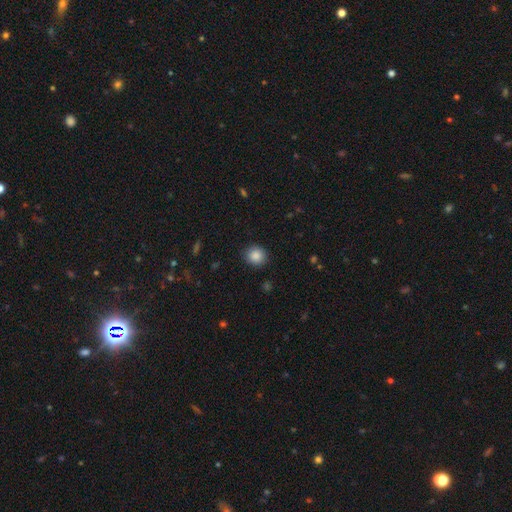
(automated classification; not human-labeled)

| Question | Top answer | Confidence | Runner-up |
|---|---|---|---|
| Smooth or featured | smooth | 87% | star or artifact (9%) |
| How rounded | round | 84% | in between (15%) |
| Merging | none | 89% | minor disturbance (8%) |